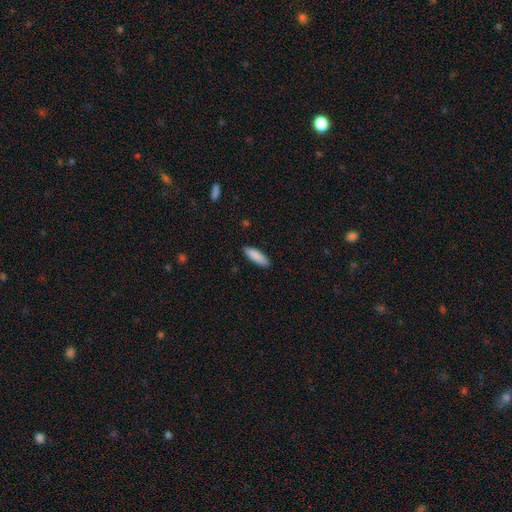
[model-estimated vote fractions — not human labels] A smooth galaxy with no disk features (89%) that is cigar-shaped (52%).

Vote fractions:
- Smooth or featured? smooth: 89% / star or artifact: 6% / featured or disk: 6%
- How rounded? cigar-shaped: 52% / in between: 47% / round: 1%
- Merging? none: 88% / minor disturbance: 10% / major disturbance: 2% / merger: 1%